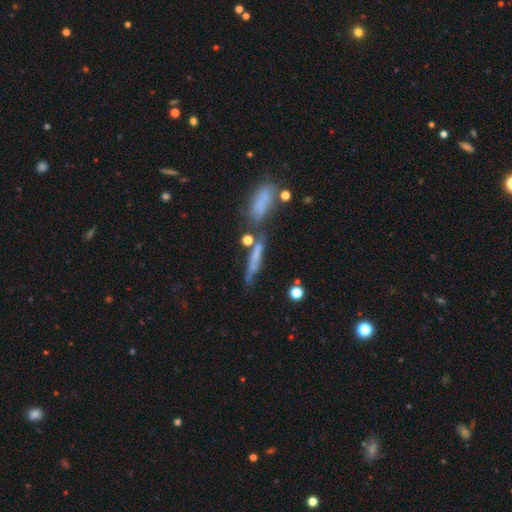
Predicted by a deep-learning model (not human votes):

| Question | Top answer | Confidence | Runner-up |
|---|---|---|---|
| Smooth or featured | smooth | 47% | featured or disk (39%) |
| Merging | none | 53% | merger (20%) |